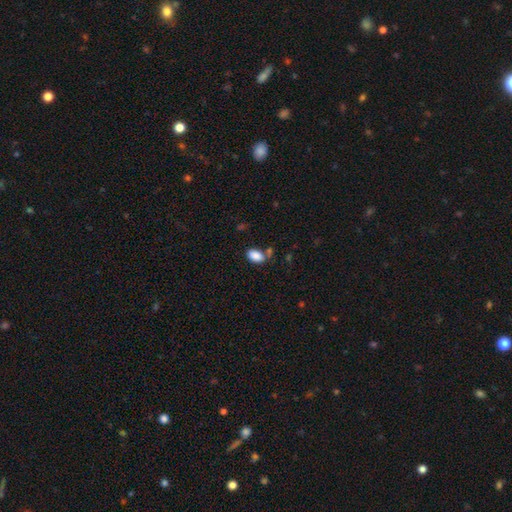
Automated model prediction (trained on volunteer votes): smooth_or_featured: smooth (p=0.88) [alt: star or artifact p=0.08]
how_rounded: in between (p=0.91) [alt: round p=0.08]
merging: none (p=0.63) [alt: minor disturbance p=0.18]